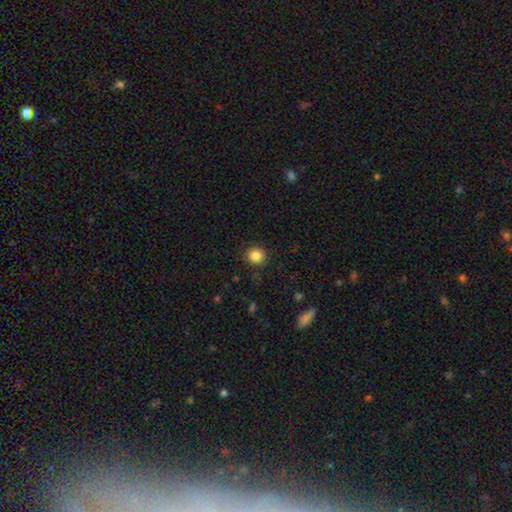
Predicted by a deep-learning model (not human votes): smooth 85%, star or artifact 11%, featured or disk 4%. Down the decision tree: how rounded — round (91%); merging — none (89%).